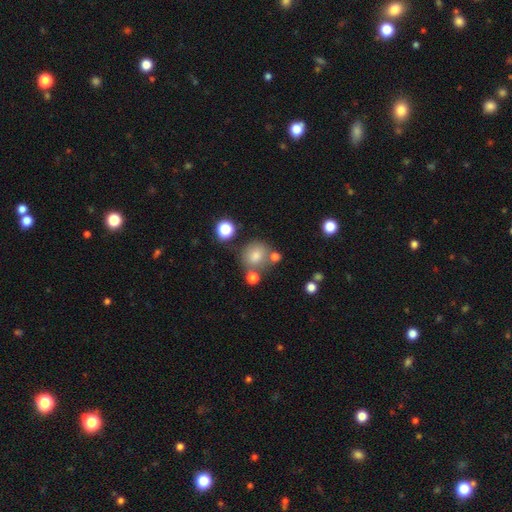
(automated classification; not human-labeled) A smooth galaxy with no disk features (77%) that is round (83%). Merging: none (66%).